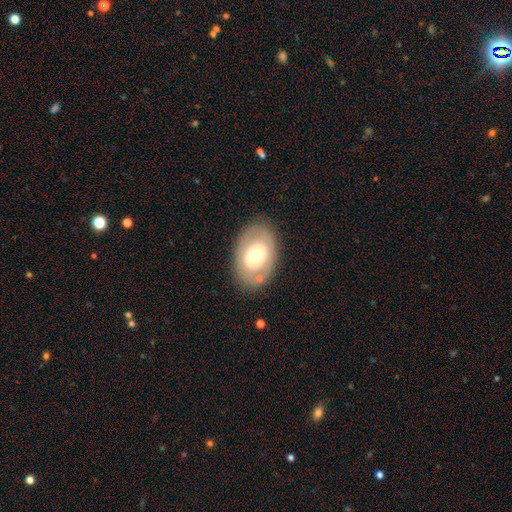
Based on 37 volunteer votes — smooth_or_featured: smooth (p=0.70) [alt: featured or disk p=0.24]
how_rounded: in between (p=0.88) [alt: round p=0.12]
merging: none (p=0.69) [alt: minor disturbance p=0.20]